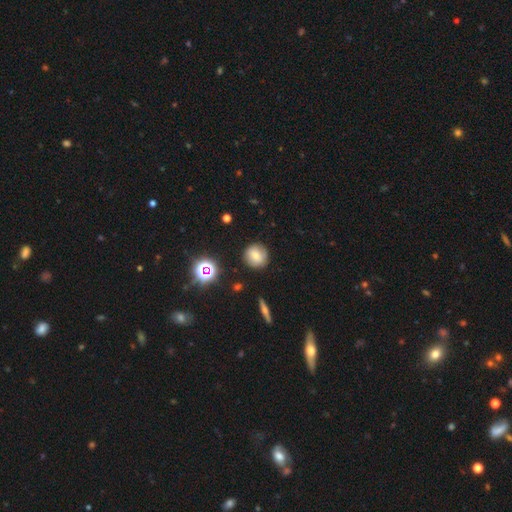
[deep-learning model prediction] Overall: smooth (71%). How rounded: round (92%). Merging: none (87%).